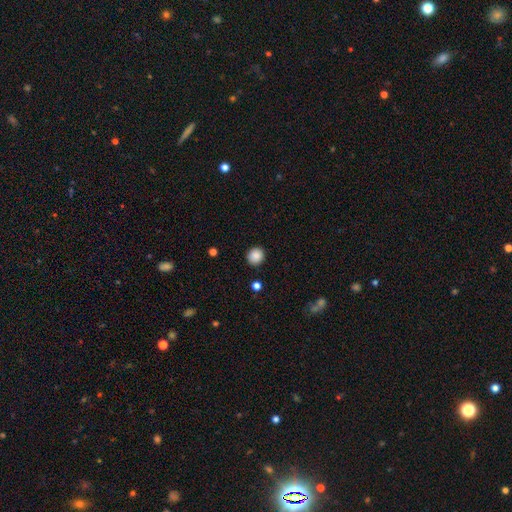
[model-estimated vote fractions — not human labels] smooth 87%, star or artifact 9%, featured or disk 3%. Down the decision tree: how rounded — round (90%); merging — none (91%).